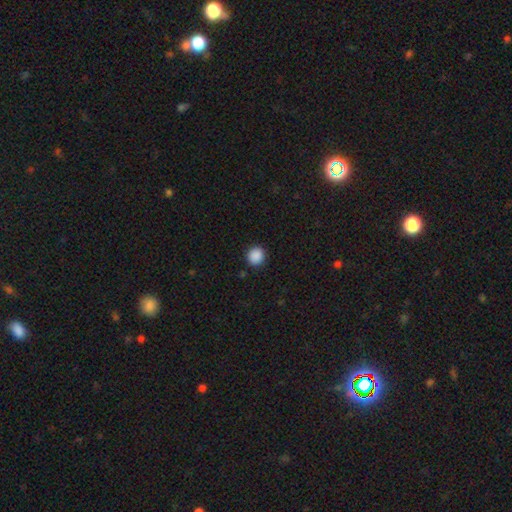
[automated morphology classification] type=smooth (89%); roundness=round (91%); merging=none (91%).